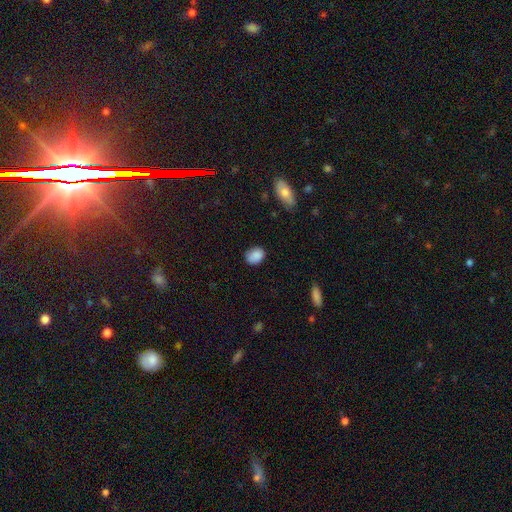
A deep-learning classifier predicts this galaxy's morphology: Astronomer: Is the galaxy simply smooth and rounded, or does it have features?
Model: smooth — 87%.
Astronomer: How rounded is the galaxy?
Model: in between — 68%.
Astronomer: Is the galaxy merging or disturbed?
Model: none — 78%.